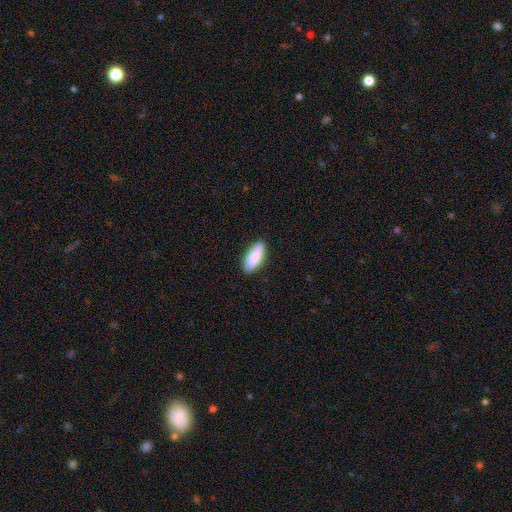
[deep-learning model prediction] A smooth galaxy with no disk features (87%) that is in between round and cigar-shaped (80%). Merging: none (87%).